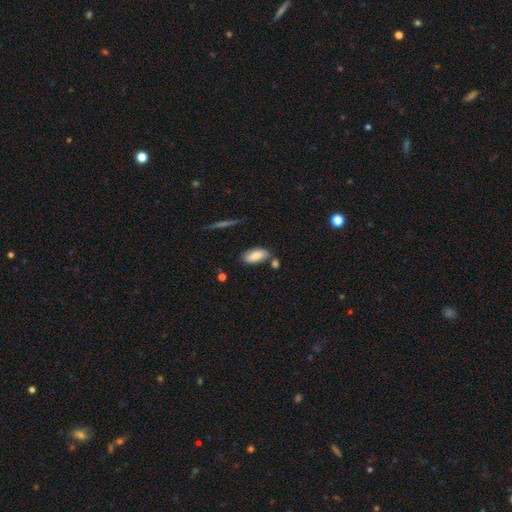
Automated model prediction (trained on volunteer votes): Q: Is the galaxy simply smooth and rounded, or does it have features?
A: smooth — 79%.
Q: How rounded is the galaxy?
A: in between — 87%.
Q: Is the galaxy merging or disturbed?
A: none — 69%.